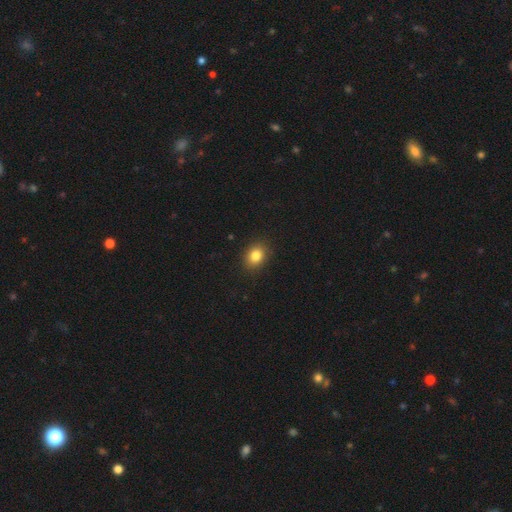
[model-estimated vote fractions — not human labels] Q: Smooth or featured?
A: smooth (83%); runner-up: star or artifact (11%)
Q: How rounded?
A: in between (51%); runner-up: round (48%)
Q: Merging?
A: none (89%); runner-up: minor disturbance (8%)